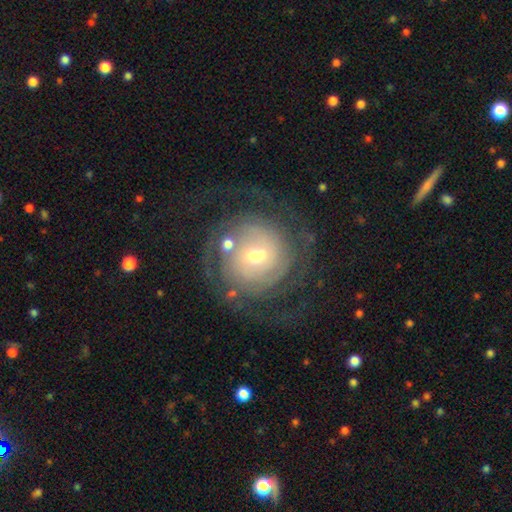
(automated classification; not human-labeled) smooth_or_featured: featured or disk (p=0.82) [alt: smooth p=0.11]
disk_edge_on: no (p=0.97) [alt: yes p=0.03]
bar: no (p=0.49) [alt: weak p=0.39]
has_spiral_arms: yes (p=0.93) [alt: no p=0.07]
spiral_winding: tight (p=0.68) [alt: medium p=0.23]
spiral_arm_count: 2 (p=0.38) [alt: can't tell p=0.30]
bulge_size: moderate (p=0.48) [alt: small p=0.43]
merging: none (p=0.71) [alt: major disturbance p=0.13]